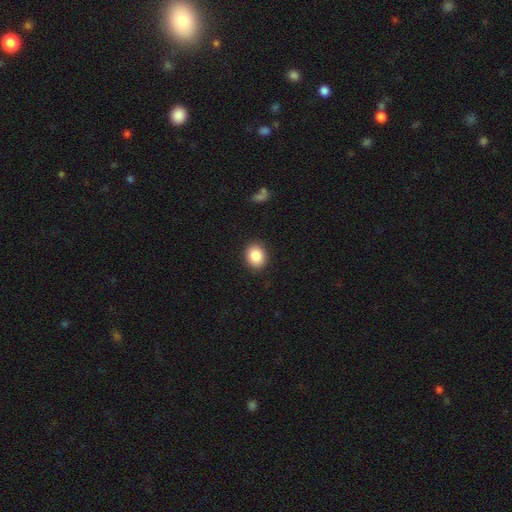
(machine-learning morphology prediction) smooth_or_featured: smooth (p=0.87) [alt: star or artifact p=0.08]
how_rounded: round (p=0.59) [alt: in between p=0.40]
merging: none (p=0.90) [alt: minor disturbance p=0.07]